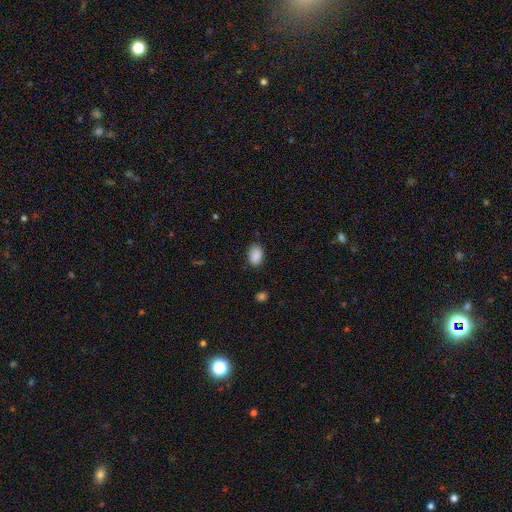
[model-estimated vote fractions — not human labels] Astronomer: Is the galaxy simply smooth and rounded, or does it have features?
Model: smooth — 89%.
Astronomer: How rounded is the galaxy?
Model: in between — 82%.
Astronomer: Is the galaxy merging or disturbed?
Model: none — 82%.